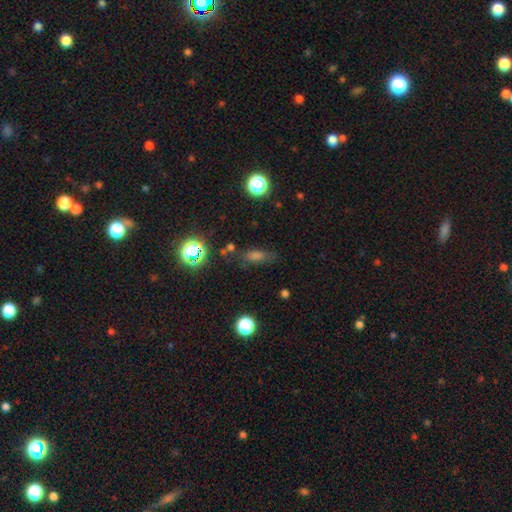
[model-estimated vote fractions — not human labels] Smooth or featured?
  - smooth: 60% *
  - star or artifact: 26%
  - featured or disk: 14%
How rounded?
  - in between: 57% *
  - cigar-shaped: 29%
  - round: 13%
Merging?
  - none: 73% *
  - minor disturbance: 17%
  - major disturbance: 6%
  - merger: 5%